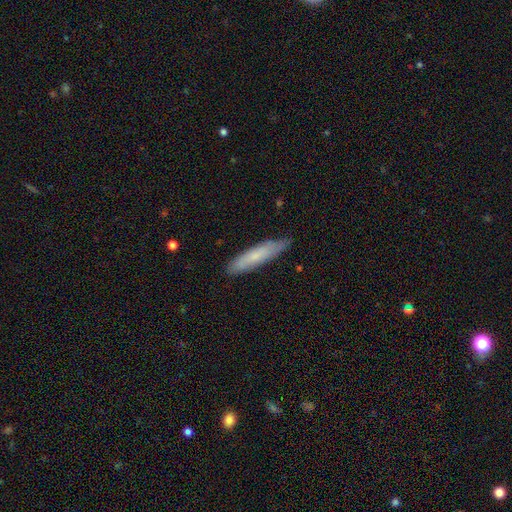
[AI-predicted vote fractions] Smooth or featured?
  - smooth: 67% *
  - featured or disk: 26%
  - star or artifact: 6%
How rounded?
  - cigar-shaped: 83% *
  - in between: 15%
  - round: 1%
Merging?
  - none: 83% *
  - minor disturbance: 14%
  - major disturbance: 2%
  - merger: 1%